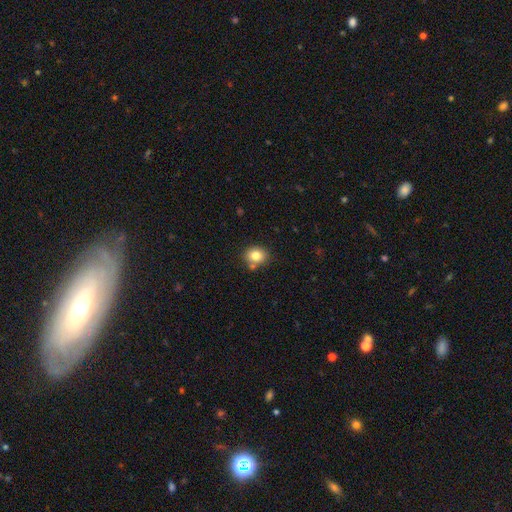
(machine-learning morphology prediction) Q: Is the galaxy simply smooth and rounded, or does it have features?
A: smooth — 81%.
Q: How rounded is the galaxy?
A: round — 61%.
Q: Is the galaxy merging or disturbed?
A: none — 71%.